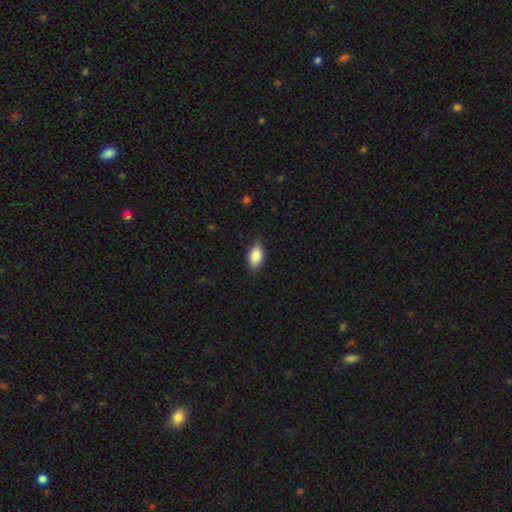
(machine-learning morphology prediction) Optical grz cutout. It shows a smooth galaxy with no disk features (86%) that is in between round and cigar-shaped (91%). Merging: none (83%).